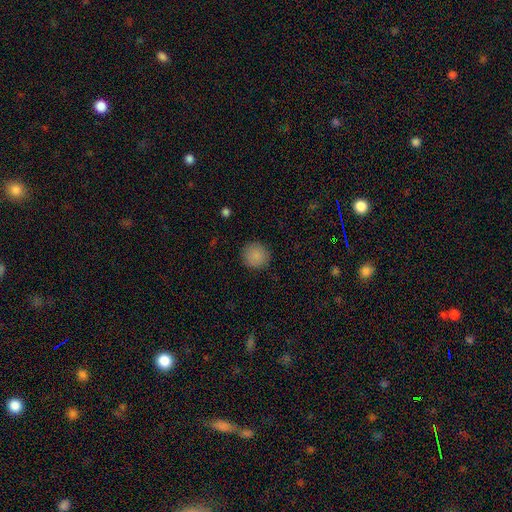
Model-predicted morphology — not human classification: The model was most divided on "smooth or featured": smooth: 87%, star or artifact: 9%, featured or disk: 4%. More confident: how rounded — round (94%); merging — none (90%).